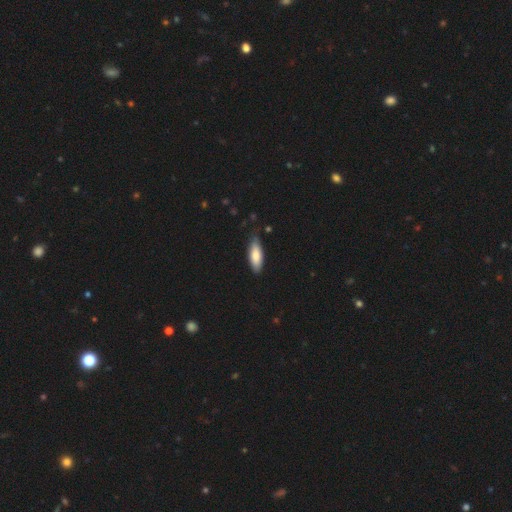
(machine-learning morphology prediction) Overall: smooth (80%). How rounded: in between (66%; cigar-shaped 32%). Merging: none (79%).